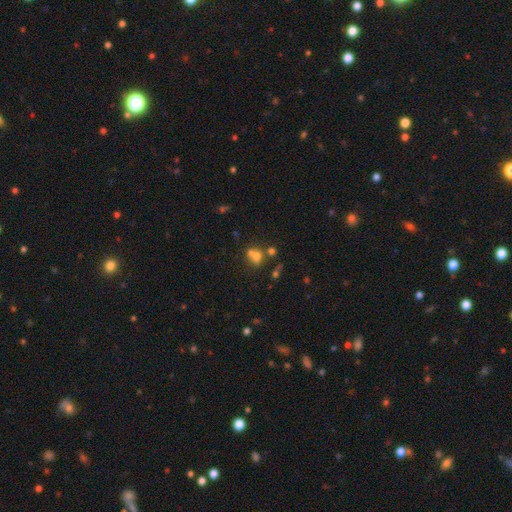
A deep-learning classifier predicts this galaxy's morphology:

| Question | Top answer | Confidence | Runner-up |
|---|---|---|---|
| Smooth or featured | smooth | 61% | featured or disk (20%) |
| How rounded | round | 63% | in between (36%) |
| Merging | merger | 49% | none (36%) |